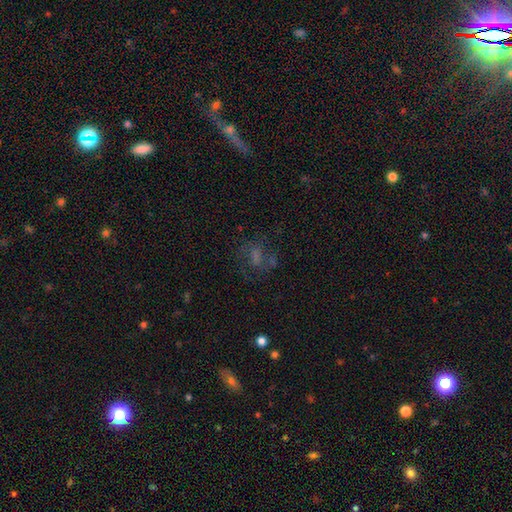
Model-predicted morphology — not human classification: This is marginally a smooth galaxy (38%). Merging: possibly none (53%).